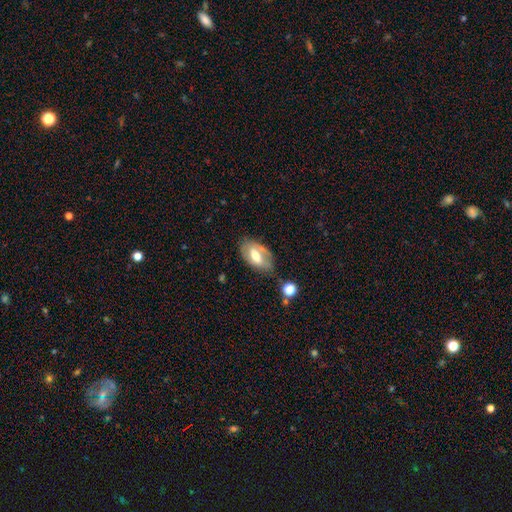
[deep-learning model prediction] Q: Smooth or featured?
A: featured or disk (47%); runner-up: smooth (46%)
Q: Merging?
A: none (60%); runner-up: minor disturbance (27%)